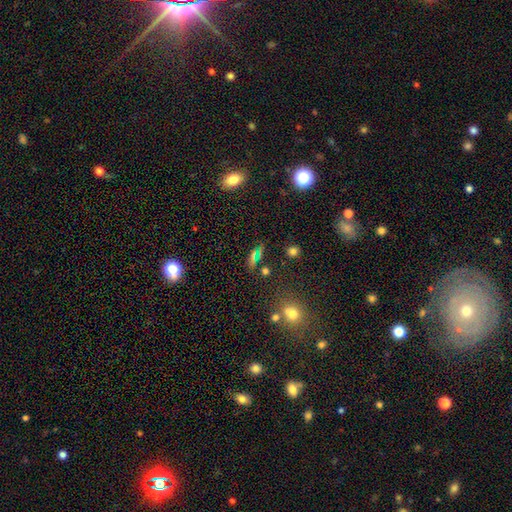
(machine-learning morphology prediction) smooth-or-featured: smooth: 52% | star or artifact: 34% | featured or disk: 14%
  how-rounded: in between: 49% | cigar-shaped: 34% | round: 17%
  merging: none: 73% | minor disturbance: 13% | merger: 7% | major disturbance: 7%